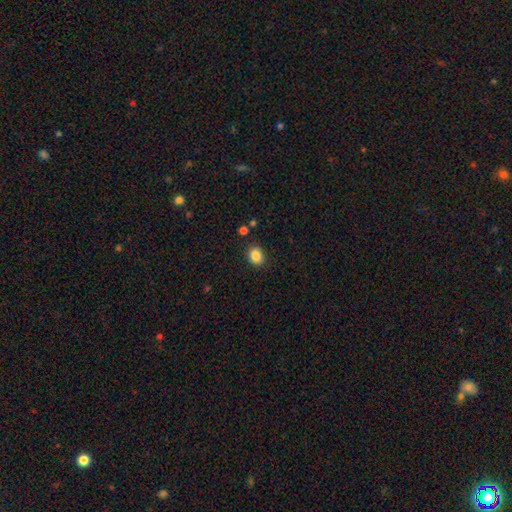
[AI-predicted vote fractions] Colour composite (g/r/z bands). It shows a smooth galaxy with no disk features (86%) that is in between round and cigar-shaped (51%). Merging: none (87%).